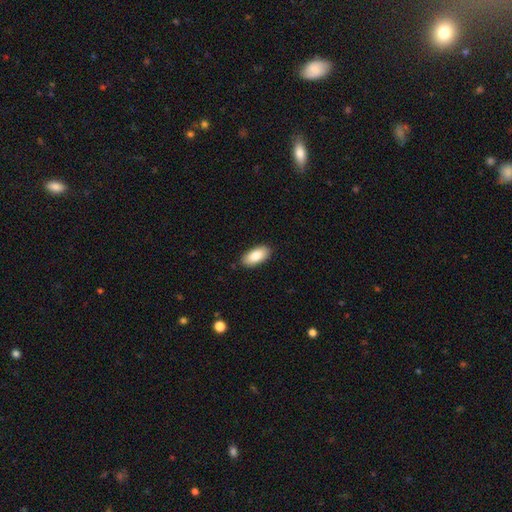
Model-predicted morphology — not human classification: smooth-or-featured: smooth: 86% | featured or disk: 8% | star or artifact: 6%
  how-rounded: in between: 91% | cigar-shaped: 7% | round: 2%
  merging: none: 89% | minor disturbance: 8% | major disturbance: 2% | merger: 1%